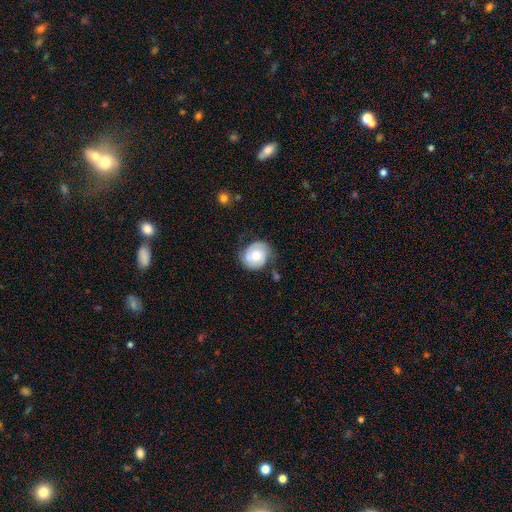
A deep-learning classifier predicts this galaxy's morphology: A smooth galaxy with no disk features (52%) that is round (70%). Merging: none (64%).